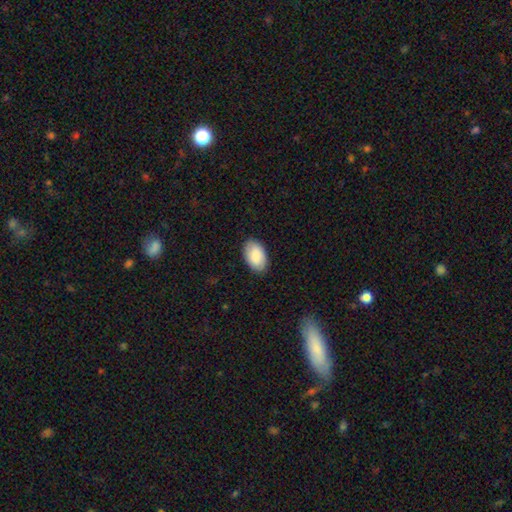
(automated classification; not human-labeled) This is clearly a smooth galaxy (89%). How rounded: clearly in between (95%). Merging: clearly none (87%).